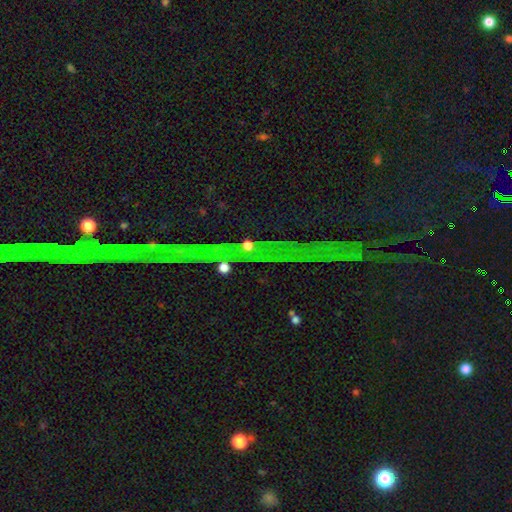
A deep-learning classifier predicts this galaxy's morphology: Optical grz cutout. It shows a star or artifact, not a galaxy (69%).